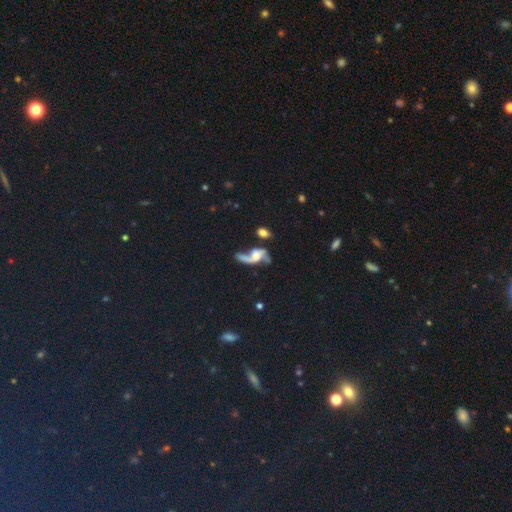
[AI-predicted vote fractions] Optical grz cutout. It shows a featured or disk galaxy (73%) with no bar (59%), 2 (80%) loose (82%) spiral arms (89%) and no central bulge (28%). Merging: none (36%).